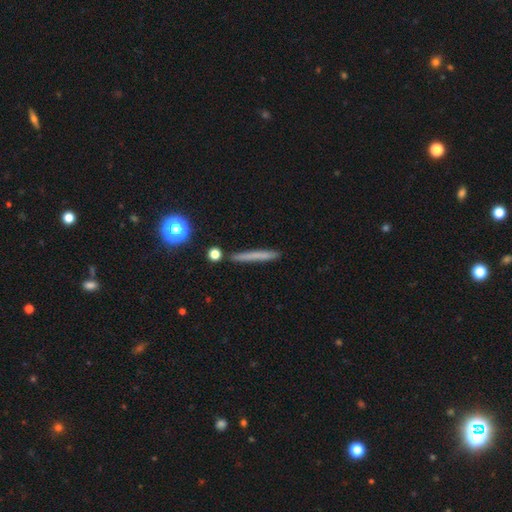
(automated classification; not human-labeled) Smooth or featured: smooth — 63% (featured or disk — 27%)
How rounded: cigar-shaped — 94% (round — 3%)
Merging: none — 87% (minor disturbance — 9%)